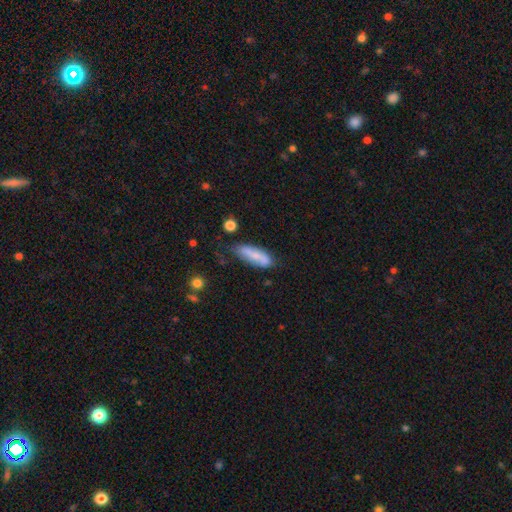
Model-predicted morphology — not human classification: Q: Smooth or featured?
A: smooth (69%); runner-up: featured or disk (24%)
Q: How rounded?
A: in between (53%); runner-up: cigar-shaped (45%)
Q: Merging?
A: none (60%); runner-up: minor disturbance (27%)